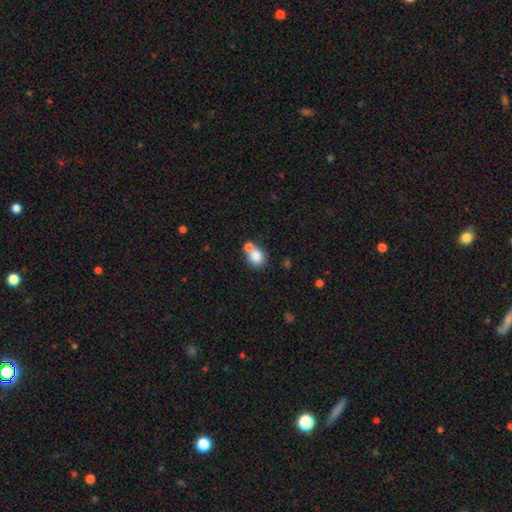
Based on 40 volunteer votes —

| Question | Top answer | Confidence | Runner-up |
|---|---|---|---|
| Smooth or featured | smooth | 82% | star or artifact (12%) |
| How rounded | round | 82% | in between (18%) |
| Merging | none | 66% | merger (26%) |